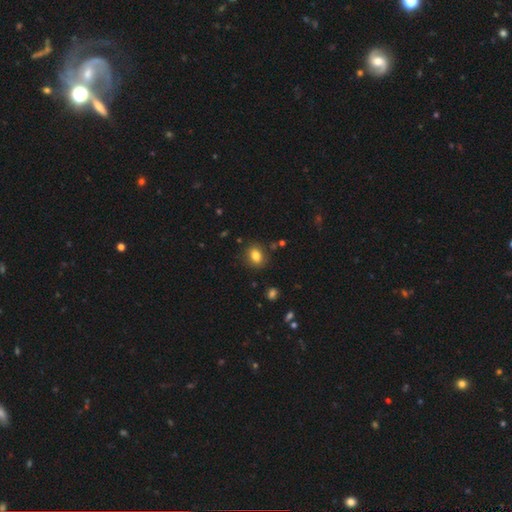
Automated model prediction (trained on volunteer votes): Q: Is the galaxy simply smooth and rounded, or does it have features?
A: smooth — 82%.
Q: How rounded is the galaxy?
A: in between — 60%.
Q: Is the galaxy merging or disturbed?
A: none — 84%.